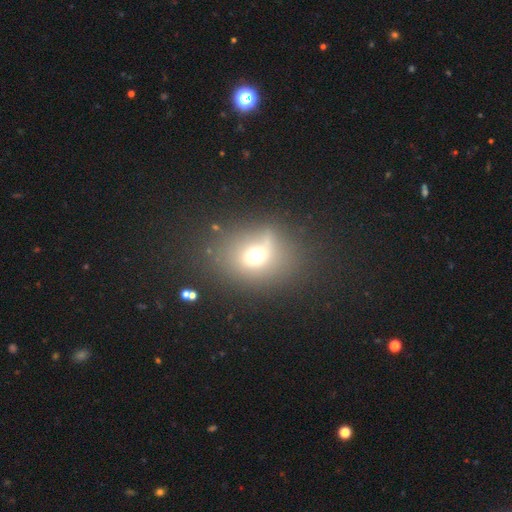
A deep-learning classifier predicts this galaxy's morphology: Q: Smooth or featured?
A: smooth (61%); runner-up: featured or disk (20%)
Q: How rounded?
A: round (58%); runner-up: in between (40%)
Q: Merging?
A: none (65%); runner-up: minor disturbance (17%)